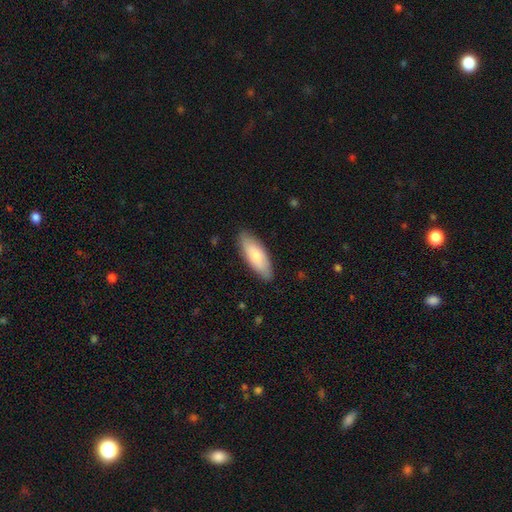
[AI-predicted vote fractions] Smooth or featured? smooth (78%)
How rounded? in between (67%)
Merging? none (86%)